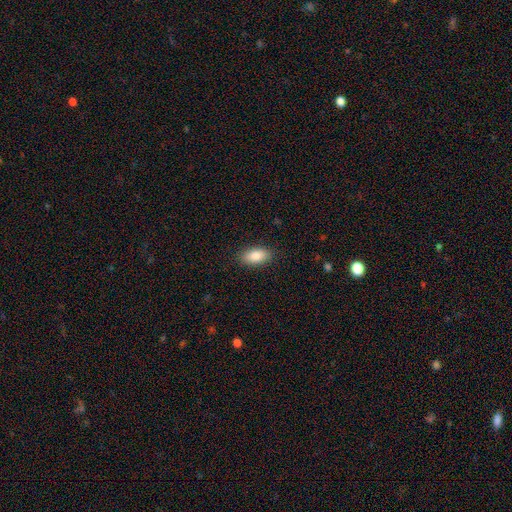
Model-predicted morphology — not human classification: Smooth or featured: smooth — 86% (star or artifact — 7%)
How rounded: in between — 92% (cigar-shaped — 4%)
Merging: none — 87% (minor disturbance — 9%)